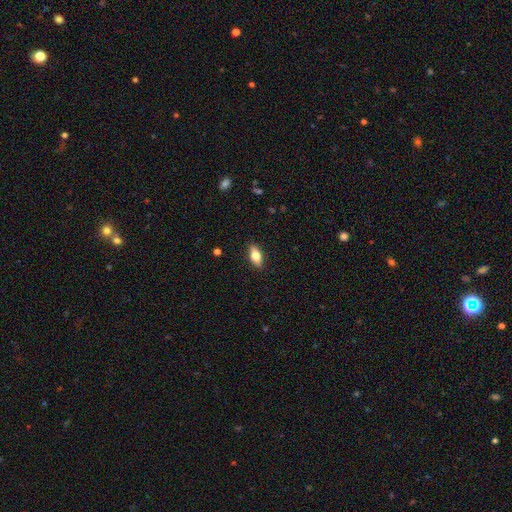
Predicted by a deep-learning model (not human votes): smooth-or-featured: smooth: 71% | featured or disk: 22% | star or artifact: 7%
  how-rounded: in between: 84% | cigar-shaped: 12% | round: 4%
  merging: none: 89% | minor disturbance: 8% | major disturbance: 2% | merger: 1%